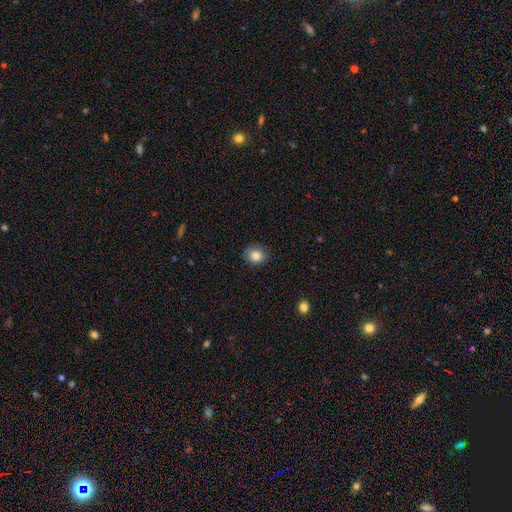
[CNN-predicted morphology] smooth 84%, star or artifact 10%, featured or disk 6%. Down the decision tree: how rounded — round (67%); merging — none (85%).